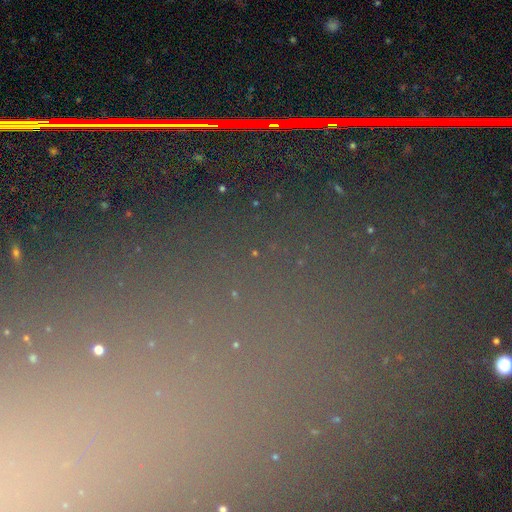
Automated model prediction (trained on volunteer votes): This is likely a star or artifact rather than a galaxy (80%).